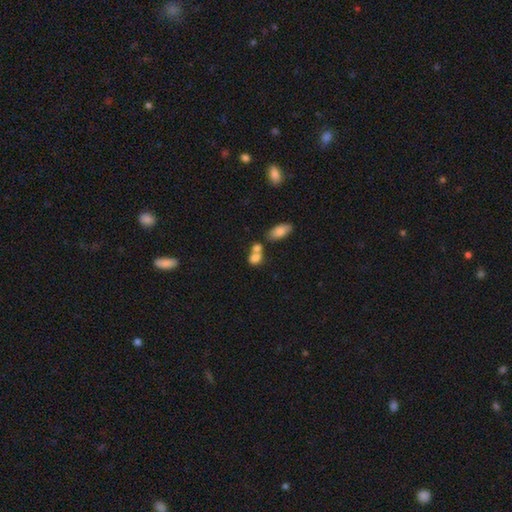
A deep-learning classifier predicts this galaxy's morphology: Smooth or featured: smooth — 79% (featured or disk — 11%)
How rounded: in between — 60% (round — 37%)
Merging: merger — 57% (none — 30%)